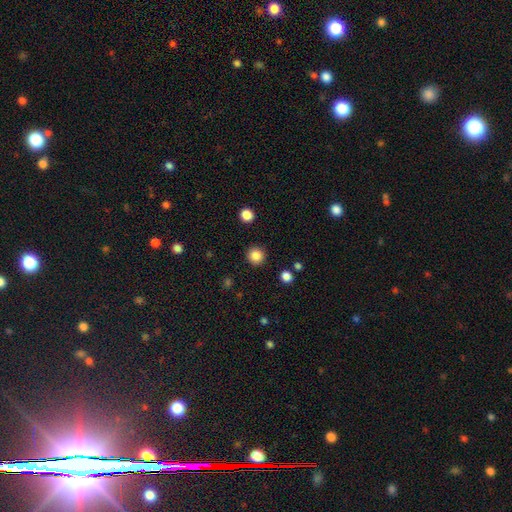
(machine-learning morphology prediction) type=smooth (85%); roundness=round (95%); merging=none (92%).